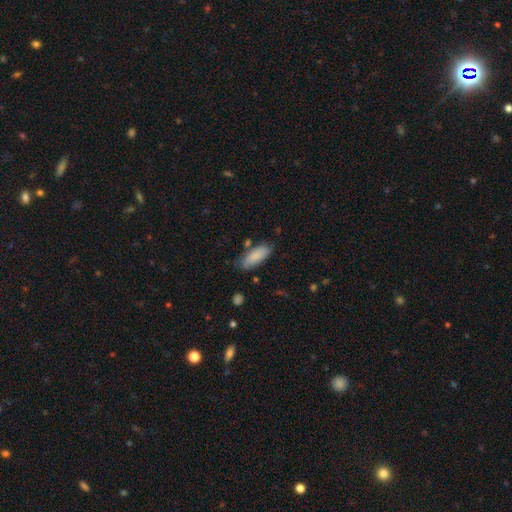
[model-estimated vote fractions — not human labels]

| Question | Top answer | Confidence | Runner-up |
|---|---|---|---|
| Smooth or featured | smooth | 85% | featured or disk (8%) |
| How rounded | in between | 76% | cigar-shaped (22%) |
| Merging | none | 72% | minor disturbance (20%) |